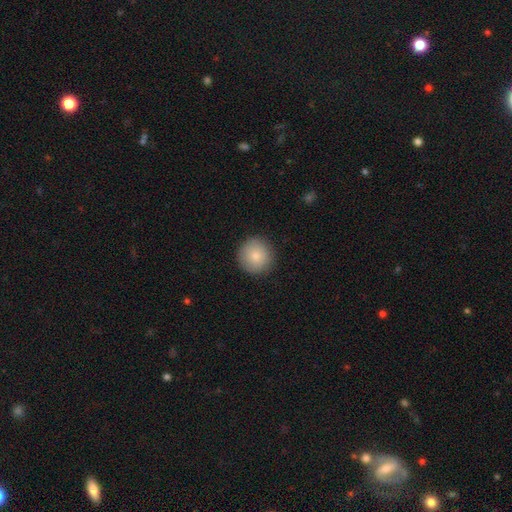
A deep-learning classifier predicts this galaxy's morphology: smooth-or-featured: smooth: 83% | featured or disk: 9% | star or artifact: 8%
  how-rounded: round: 94% | in between: 5% | cigar-shaped: 1%
  merging: none: 90% | minor disturbance: 7% | major disturbance: 2% | merger: 1%